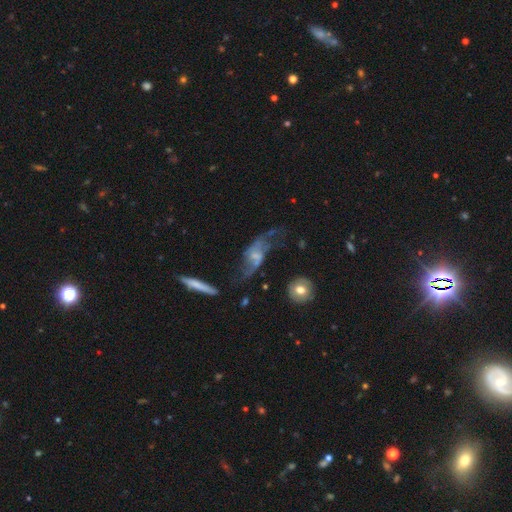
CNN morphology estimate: Overall: featured or disk (72%). Edge-on disk: no (90%). Bar: weak (41%, tied with no). Spiral arms: yes (80%). Spiral arm count: 2 (88%). Spiral winding: loose (81%). Bulge size: small (31%, tied with none). Merging: none (40%; major disturbance 30%).